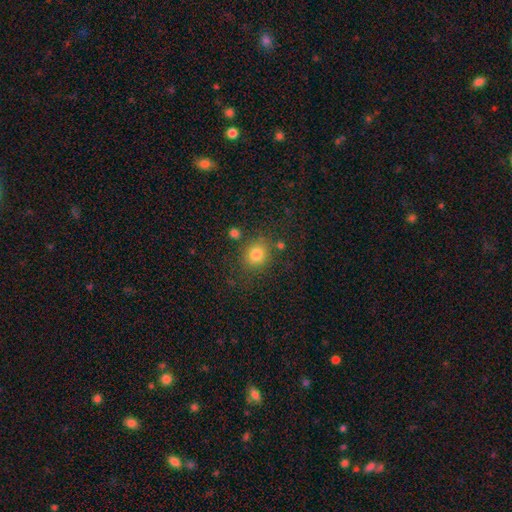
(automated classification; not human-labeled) A smooth galaxy with no disk features (81%) that is round (78%). Merging: none (76%).